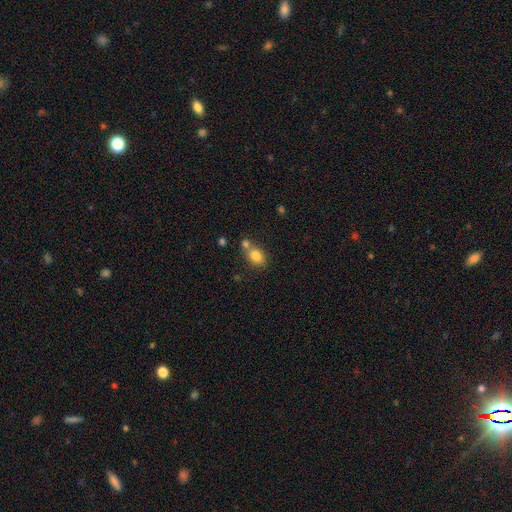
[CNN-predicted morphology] smooth 81%, star or artifact 10%, featured or disk 9%. Down the decision tree: how rounded — in between (62%); merging — none (54%).